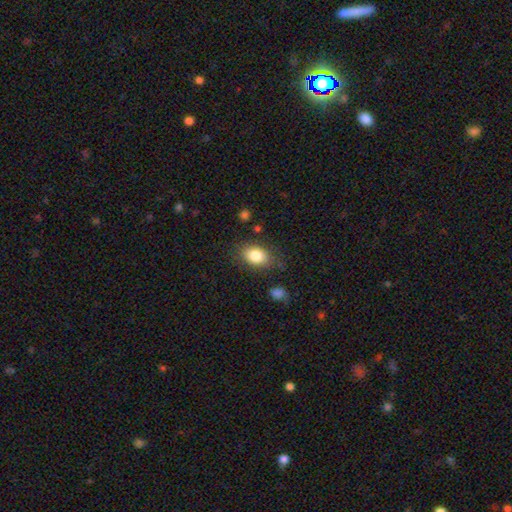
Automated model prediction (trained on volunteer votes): smooth-or-featured: smooth: 83% | featured or disk: 9% | star or artifact: 8%
  how-rounded: in between: 80% | round: 18% | cigar-shaped: 1%
  merging: none: 75% | minor disturbance: 17% | major disturbance: 5% | merger: 3%